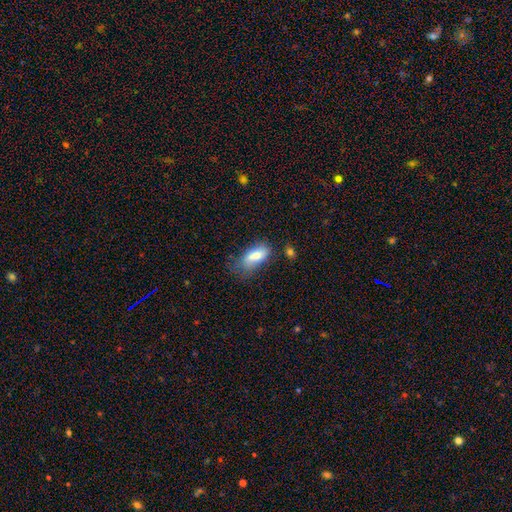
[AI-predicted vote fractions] This is likely a smooth galaxy (76%). How rounded: clearly in between (86%). Merging: marginally none (40%).